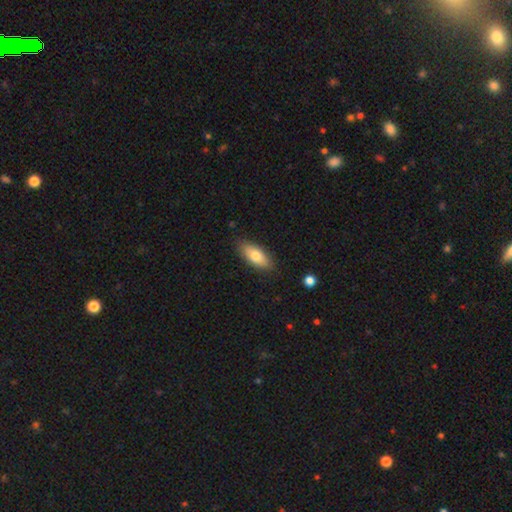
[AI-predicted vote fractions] Smooth or featured: smooth — 75% (featured or disk — 19%)
How rounded: in between — 82% (cigar-shaped — 16%)
Merging: none — 85% (minor disturbance — 11%)